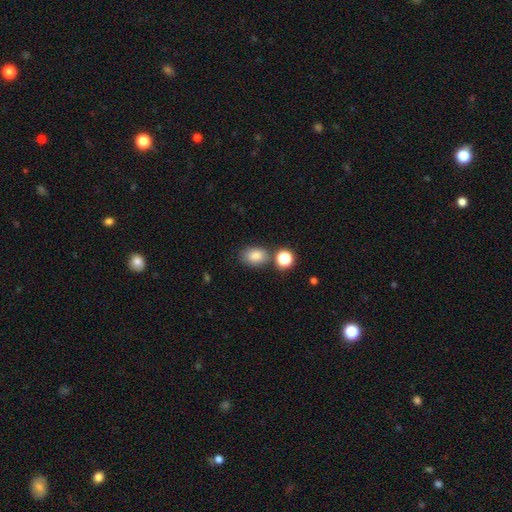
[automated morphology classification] This is clearly a smooth galaxy (83%). How rounded: likely in between (73%). Merging: likely none (71%).